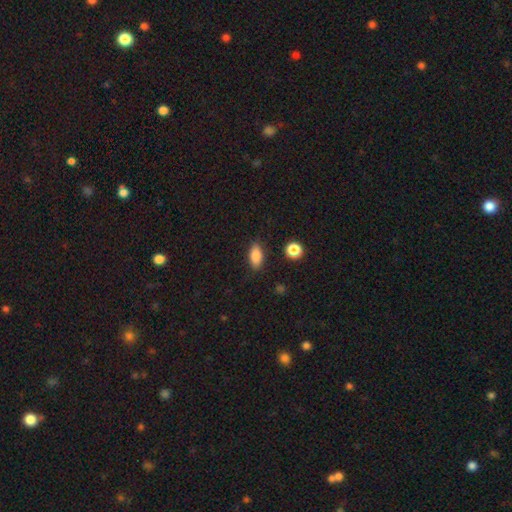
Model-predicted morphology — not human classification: smooth-or-featured: smooth: 84% | star or artifact: 8% | featured or disk: 7%
  how-rounded: in between: 84% | cigar-shaped: 10% | round: 5%
  merging: none: 85% | minor disturbance: 10% | major disturbance: 3% | merger: 2%